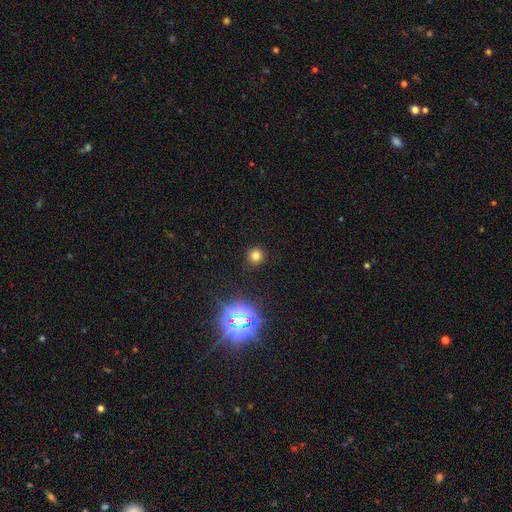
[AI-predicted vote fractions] Q: Smooth or featured?
A: smooth (73%); runner-up: star or artifact (21%)
Q: How rounded?
A: round (94%); runner-up: in between (5%)
Q: Merging?
A: none (91%); runner-up: minor disturbance (5%)